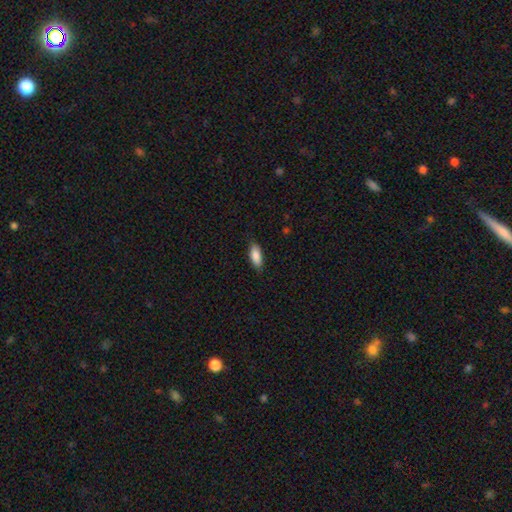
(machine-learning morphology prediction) A smooth galaxy with no disk features (87%) that is in between round and cigar-shaped (80%). Merging: none (85%).